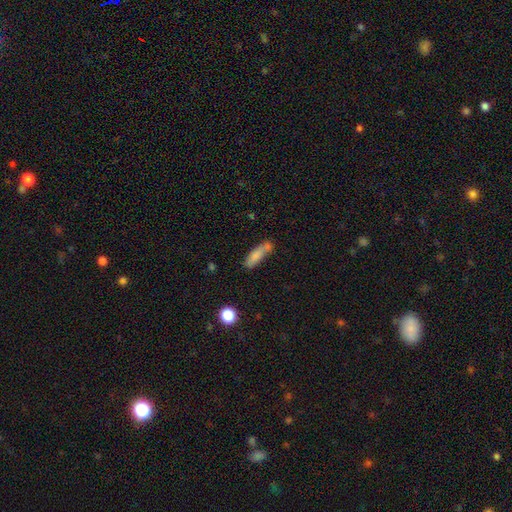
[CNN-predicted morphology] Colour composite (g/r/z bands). It shows a smooth galaxy with no disk features (77%) that is cigar-shaped (60%). Merging: none (50%).